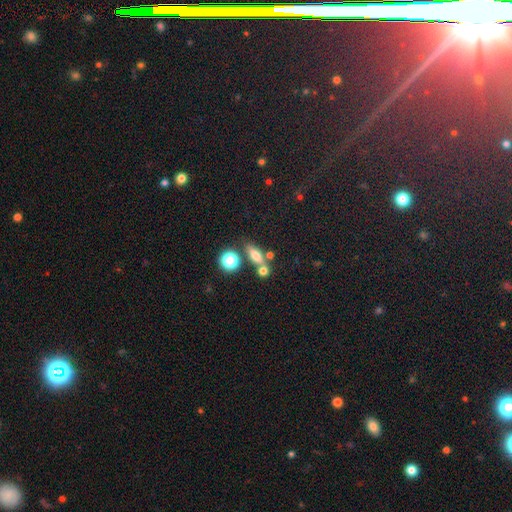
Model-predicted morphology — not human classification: Q: Smooth or featured?
A: smooth (67%); runner-up: featured or disk (18%)
Q: How rounded?
A: in between (51%); runner-up: cigar-shaped (30%)
Q: Merging?
A: none (60%); runner-up: merger (23%)